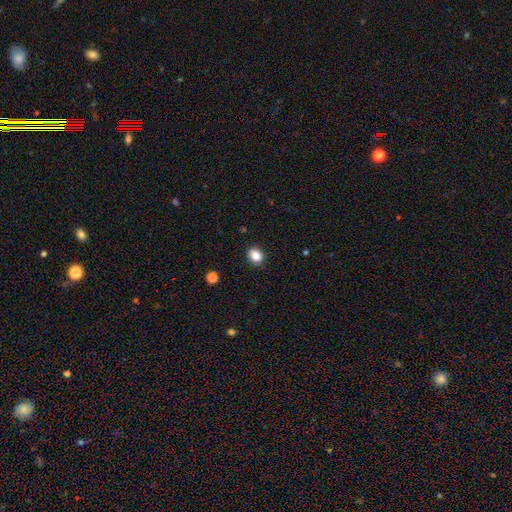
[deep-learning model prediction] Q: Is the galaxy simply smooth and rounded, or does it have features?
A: smooth — 87%.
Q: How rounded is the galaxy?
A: in between — 58%.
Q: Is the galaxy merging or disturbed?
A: none — 89%.